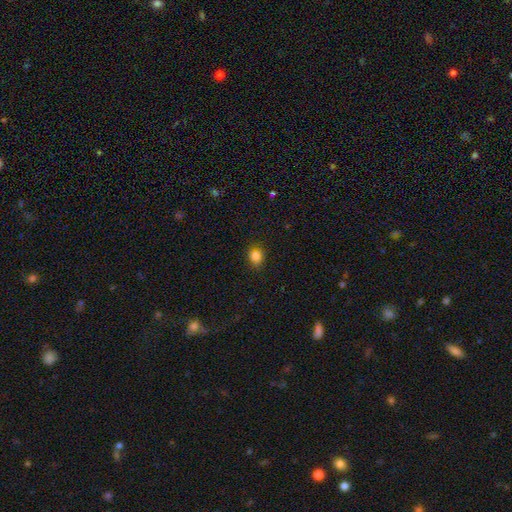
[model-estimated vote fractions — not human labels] This appears to be a smooth galaxy with no disk features (84%) that is round (70%). Merging: none (85%).